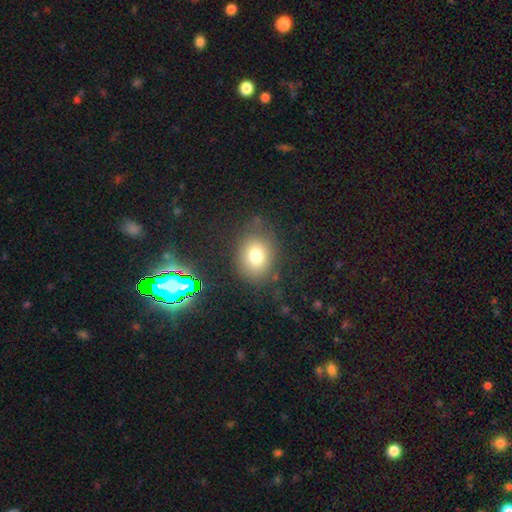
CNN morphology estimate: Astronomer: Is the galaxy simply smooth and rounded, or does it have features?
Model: smooth — 75%.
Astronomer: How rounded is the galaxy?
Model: round — 64%.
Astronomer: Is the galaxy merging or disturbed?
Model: none — 73%.